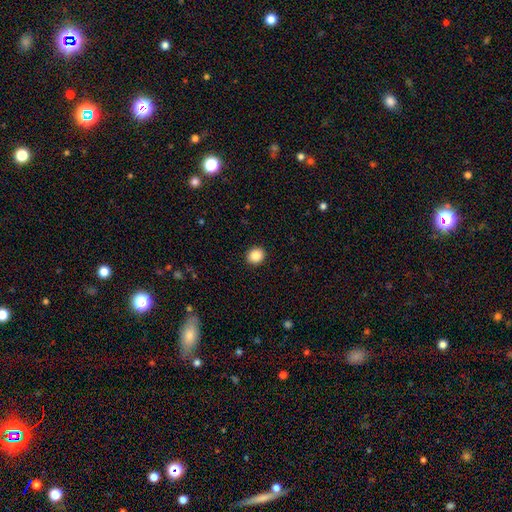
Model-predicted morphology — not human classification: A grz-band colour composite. It shows a smooth galaxy with no disk features (87%) that is round (82%). Merging: none (92%).